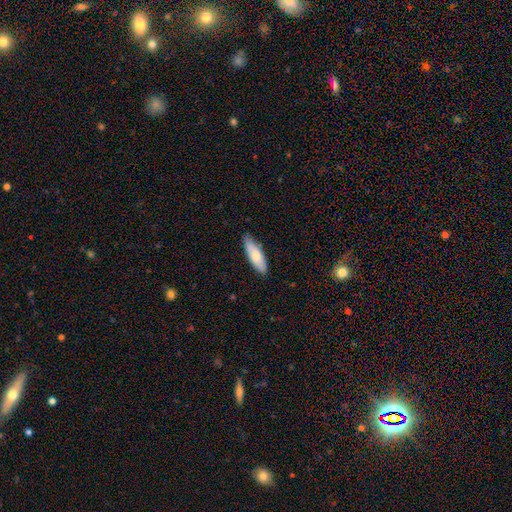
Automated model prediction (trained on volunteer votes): The model was most divided on "how rounded": in between: 54%, cigar-shaped: 44%, round: 2%. More confident: merging — none (78%); smooth or featured — smooth (73%).